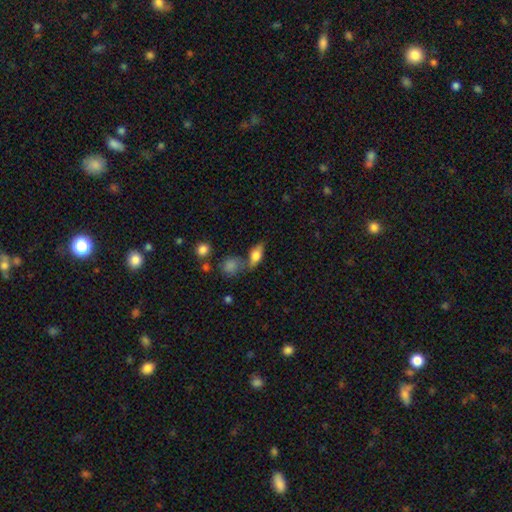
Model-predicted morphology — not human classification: This appears to be a smooth galaxy with no disk features (64%) that is in between round and cigar-shaped (72%). Merging: none (56%).